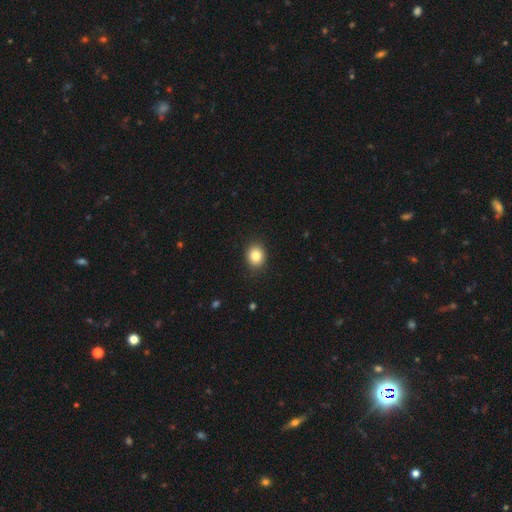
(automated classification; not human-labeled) smooth_or_featured: smooth (p=0.84) [alt: star or artifact p=0.10]
how_rounded: round (p=0.62) [alt: in between p=0.37]
merging: none (p=0.90) [alt: minor disturbance p=0.07]